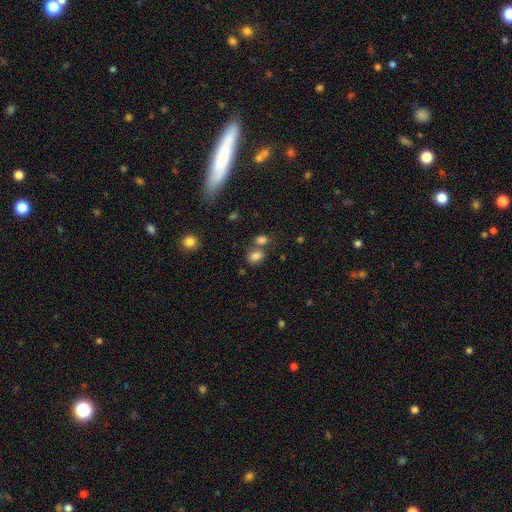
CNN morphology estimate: type=smooth (80%); roundness=in between (68%); merging=none (50%).